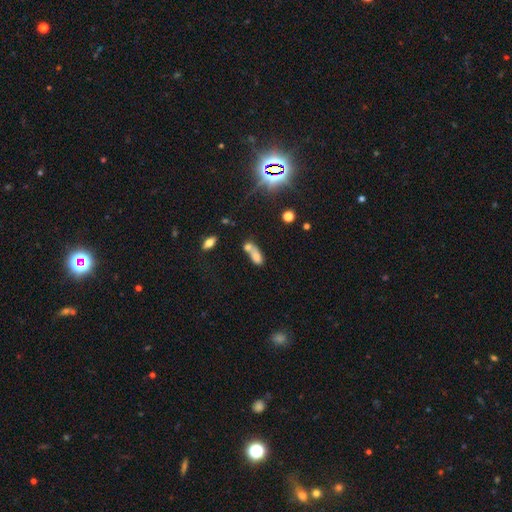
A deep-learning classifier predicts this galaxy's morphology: smooth-or-featured: smooth: 69% | featured or disk: 18% | star or artifact: 12%
  how-rounded: in between: 76% | cigar-shaped: 13% | round: 11%
  merging: merger: 60% | none: 23% | minor disturbance: 10% | major disturbance: 7%